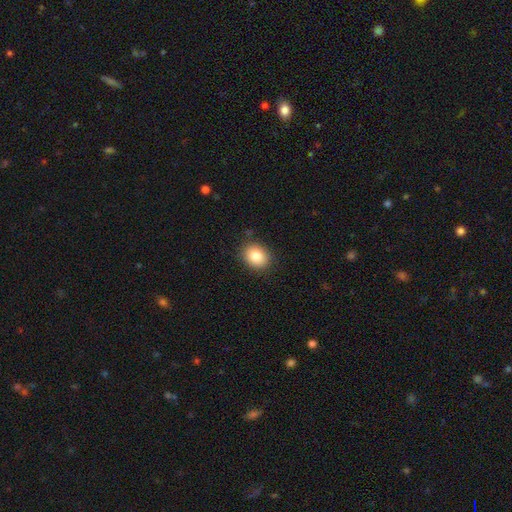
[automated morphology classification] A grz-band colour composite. It shows a smooth galaxy with no disk features (84%) that is round (53%). Merging: none (87%).